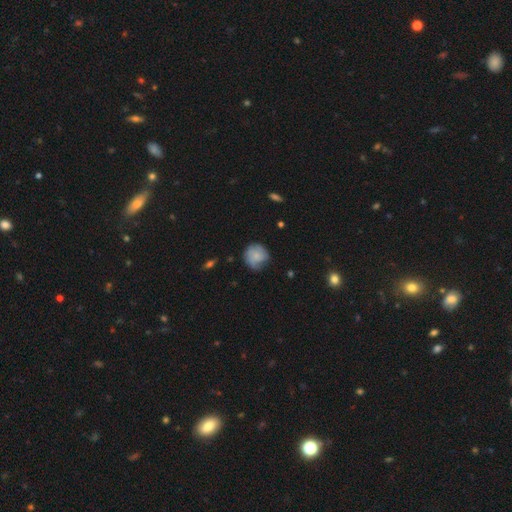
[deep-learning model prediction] Q: Smooth or featured?
A: smooth (65%); runner-up: featured or disk (28%)
Q: How rounded?
A: round (86%); runner-up: in between (13%)
Q: Merging?
A: none (58%); runner-up: minor disturbance (31%)